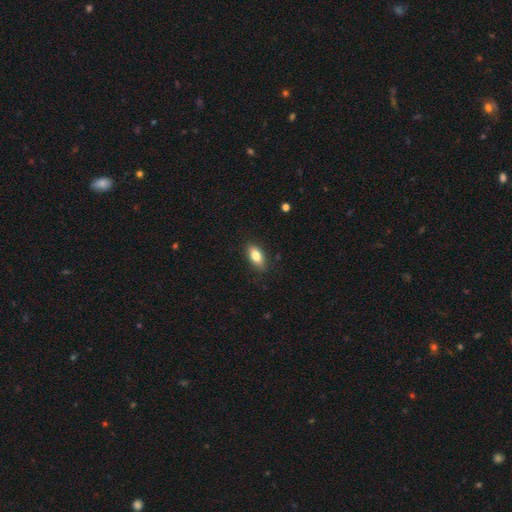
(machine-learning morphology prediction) smooth 79%, featured or disk 13%, star or artifact 7%. Down the decision tree: how rounded — in between (86%); merging — none (86%).